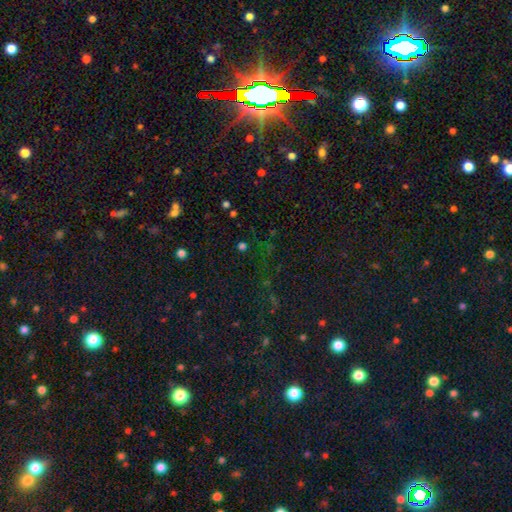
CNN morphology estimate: smooth-or-featured: star or artifact: 80% | smooth: 11% | featured or disk: 9%